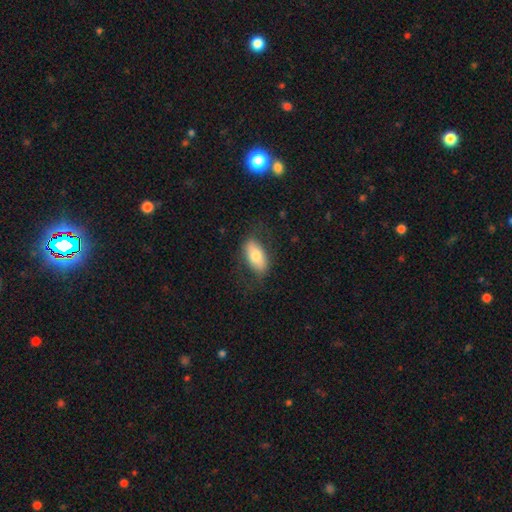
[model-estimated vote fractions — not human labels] Morphology: type=smooth (71%); roundness=in between (91%); merging=none (73%).